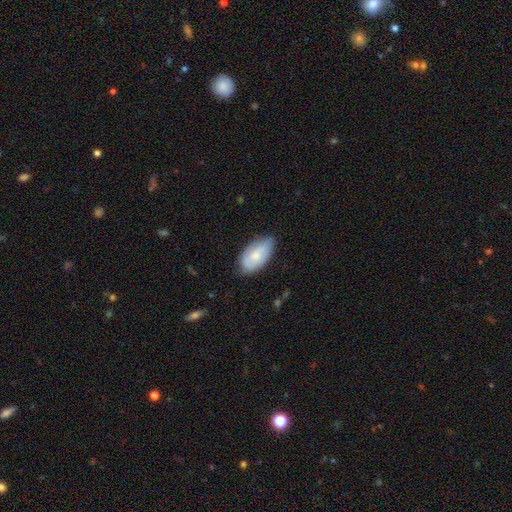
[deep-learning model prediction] Smooth or featured?
  - smooth: 59% *
  - featured or disk: 35%
  - star or artifact: 6%
How rounded?
  - in between: 94% *
  - round: 3%
  - cigar-shaped: 3%
Merging?
  - none: 66% *
  - minor disturbance: 27%
  - major disturbance: 5%
  - merger: 1%